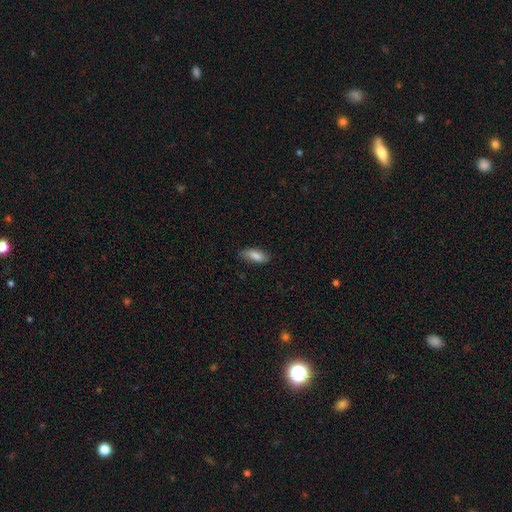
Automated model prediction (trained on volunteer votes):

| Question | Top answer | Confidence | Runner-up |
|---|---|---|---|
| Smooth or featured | smooth | 83% | featured or disk (10%) |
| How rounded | in between | 79% | cigar-shaped (18%) |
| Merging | none | 78% | minor disturbance (18%) |